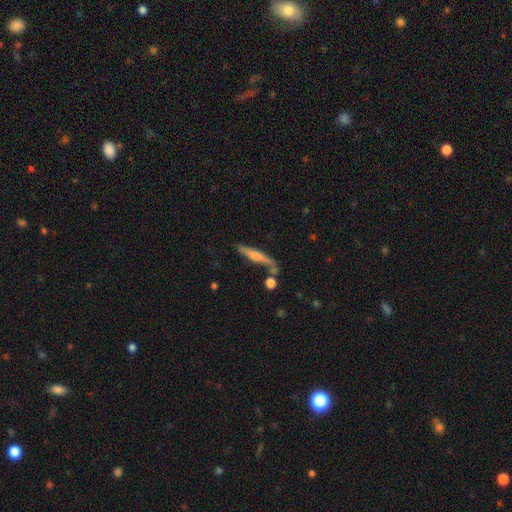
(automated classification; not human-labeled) smooth-or-featured: featured or disk: 50% | smooth: 44% | star or artifact: 7%
  merging: none: 63% | minor disturbance: 18% | merger: 13% | major disturbance: 6%